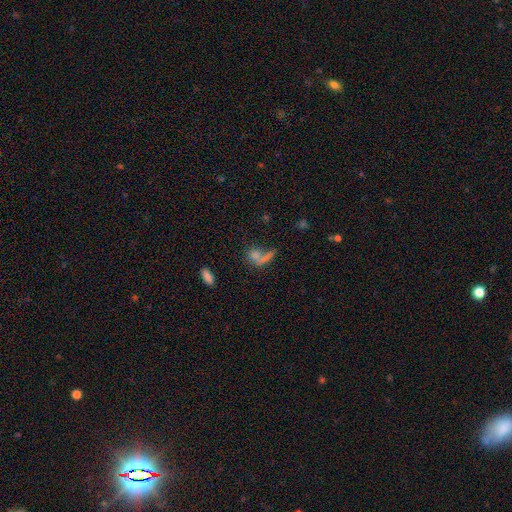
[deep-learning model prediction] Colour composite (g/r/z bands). It shows a smooth galaxy with no disk features (66%) that is round (48%). Merging: none (40%).